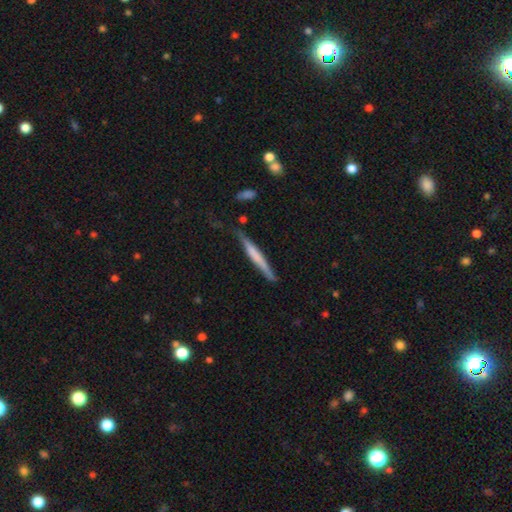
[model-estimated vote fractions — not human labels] The model was most divided on "smooth or featured": smooth: 53%, featured or disk: 41%, star or artifact: 5%. More confident: how rounded — cigar-shaped (96%); merging — none (69%).